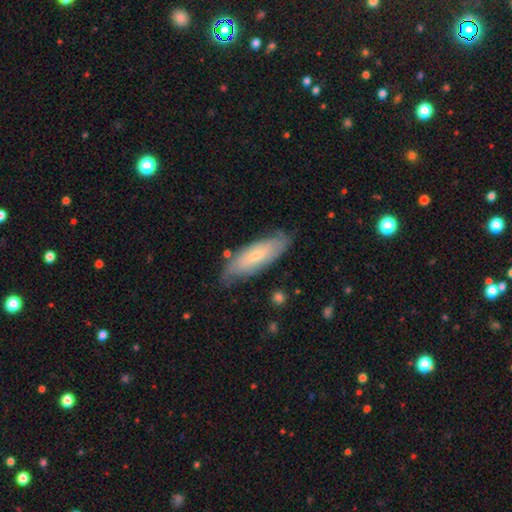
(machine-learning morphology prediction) Smooth or featured?
  - smooth: 50% *
  - featured or disk: 44%
  - star or artifact: 6%
Merging?
  - none: 75% *
  - minor disturbance: 19%
  - major disturbance: 4%
  - merger: 2%